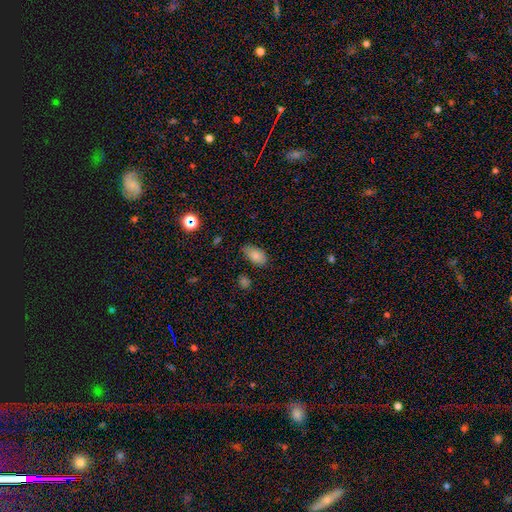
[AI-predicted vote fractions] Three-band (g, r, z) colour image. It shows a smooth galaxy with no disk features (82%) that is in between round and cigar-shaped (92%). Merging: none (68%).